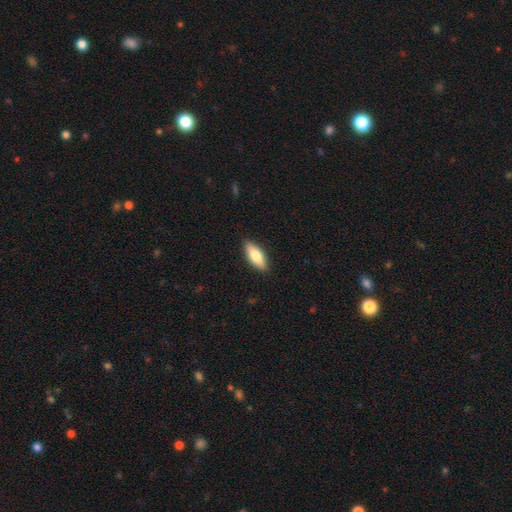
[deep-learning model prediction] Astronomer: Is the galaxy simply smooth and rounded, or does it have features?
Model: smooth — 77%.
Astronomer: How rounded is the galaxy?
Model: in between — 75%.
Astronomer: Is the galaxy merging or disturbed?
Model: none — 89%.